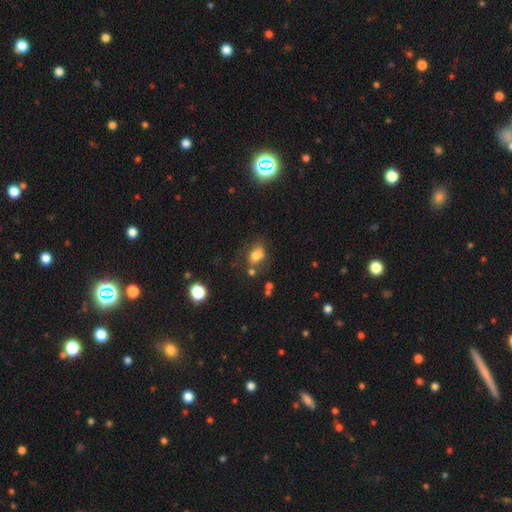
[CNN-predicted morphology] Smooth or featured?
  - smooth: 72% *
  - featured or disk: 15%
  - star or artifact: 12%
How rounded?
  - in between: 66% *
  - round: 32%
  - cigar-shaped: 2%
Merging?
  - none: 48% *
  - minor disturbance: 23%
  - merger: 15%
  - major disturbance: 13%